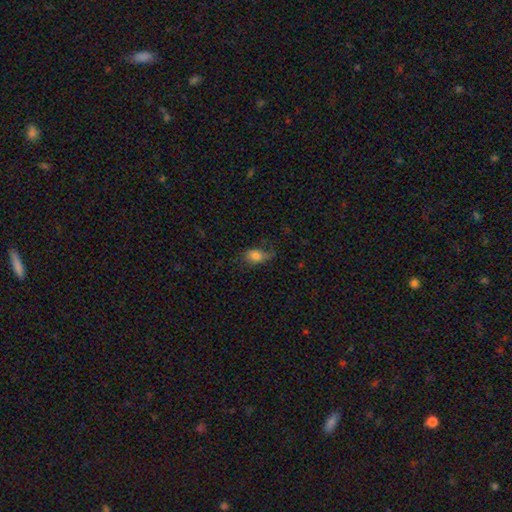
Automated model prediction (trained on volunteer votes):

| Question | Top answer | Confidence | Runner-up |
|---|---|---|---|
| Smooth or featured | smooth | 76% | featured or disk (14%) |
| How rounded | in between | 82% | round (15%) |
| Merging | none | 48% | minor disturbance (31%) |